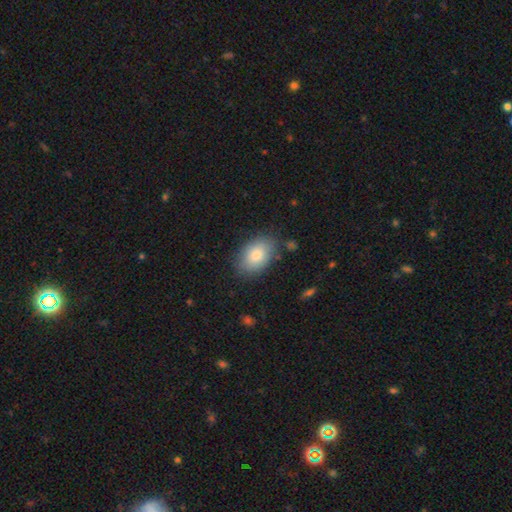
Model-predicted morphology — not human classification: This appears to be a smooth galaxy with no disk features (82%) that is in between round and cigar-shaped (87%). Merging: none (81%).